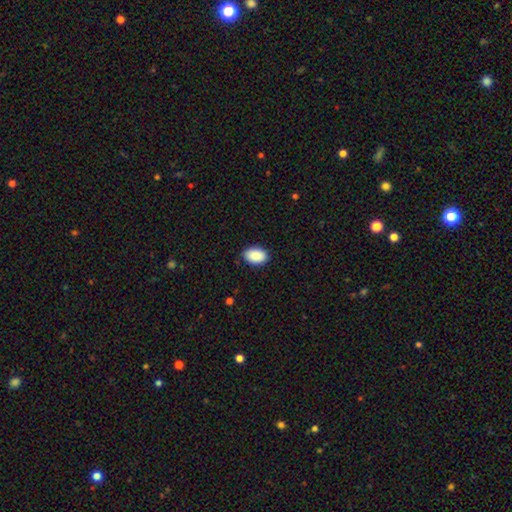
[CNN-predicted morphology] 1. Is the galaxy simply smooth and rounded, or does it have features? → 91% smooth, 6% star or artifact, 3% featured or disk.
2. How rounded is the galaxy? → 90% in between, 9% round, 1% cigar-shaped.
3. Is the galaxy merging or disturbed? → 88% none, 9% minor disturbance, 2% major disturbance, 1% merger.